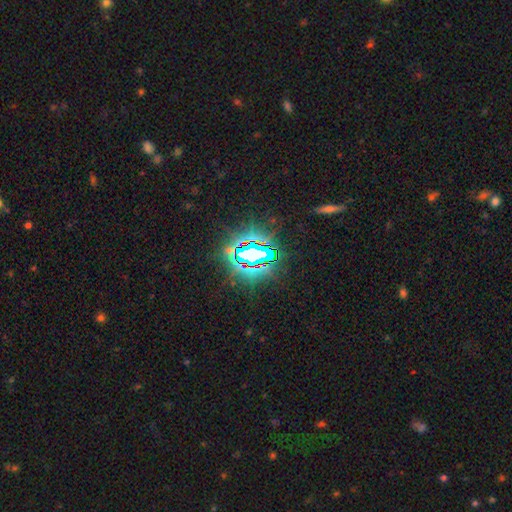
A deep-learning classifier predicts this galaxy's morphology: type=star or artifact (78%).